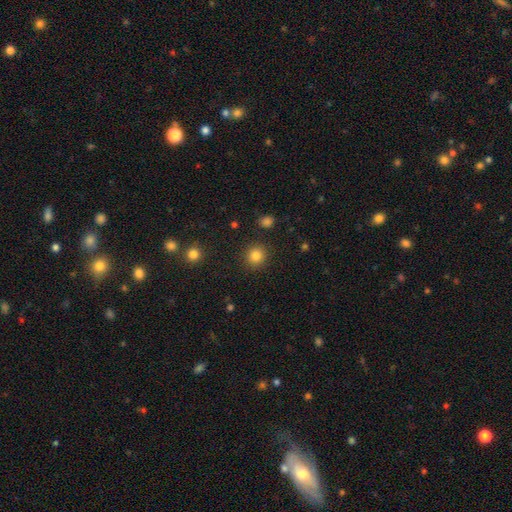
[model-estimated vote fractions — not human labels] The model was most divided on "smooth or featured": smooth: 84%, star or artifact: 12%, featured or disk: 5%. More confident: how rounded — round (91%); merging — none (91%).